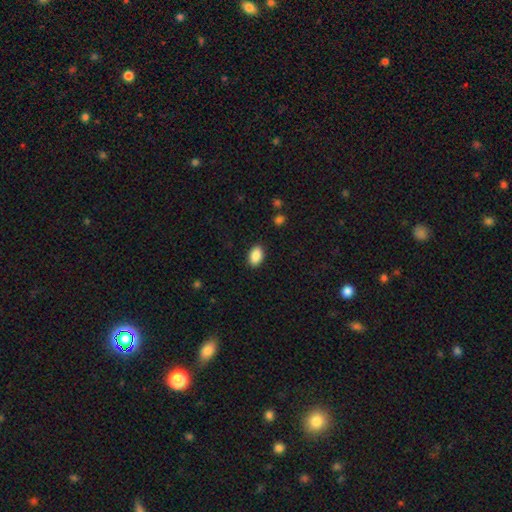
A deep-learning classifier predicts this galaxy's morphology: This is clearly a smooth galaxy (89%). How rounded: clearly in between (91%). Merging: clearly none (89%).